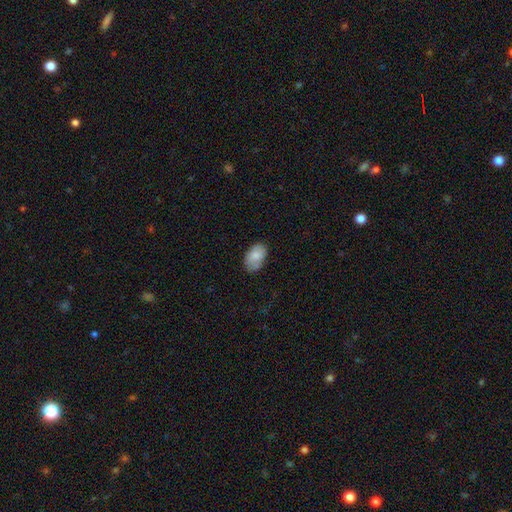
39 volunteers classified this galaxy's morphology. A smooth galaxy with no disk features (95%) that is in between round and cigar-shaped (92%).

Vote fractions:
- Smooth or featured? smooth: 95% / featured or disk: 3% / star or artifact: 3%
- How rounded? in between: 92% / round: 8% / cigar-shaped: 0%
- Merging? none: 79% / minor disturbance: 21% / major disturbance: 0% / merger: 0%